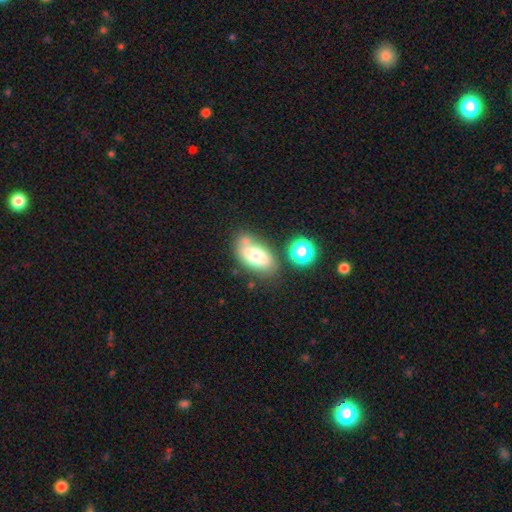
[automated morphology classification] Q: Smooth or featured?
A: smooth (70%); runner-up: featured or disk (20%)
Q: How rounded?
A: in between (89%); runner-up: round (7%)
Q: Merging?
A: none (57%); runner-up: minor disturbance (20%)